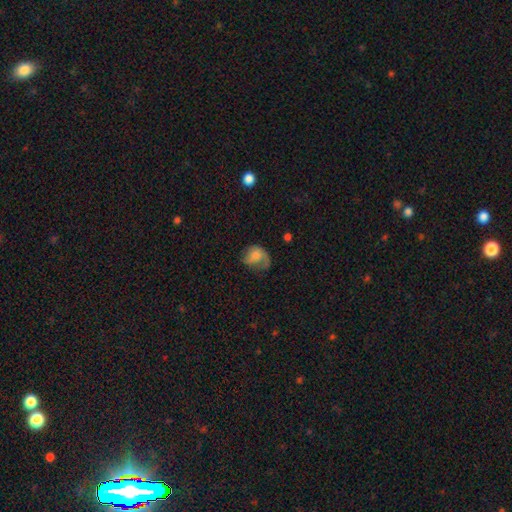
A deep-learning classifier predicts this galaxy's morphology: A smooth galaxy with no disk features (56%) that is in between round and cigar-shaped (53%). Merging: major disturbance (37%).